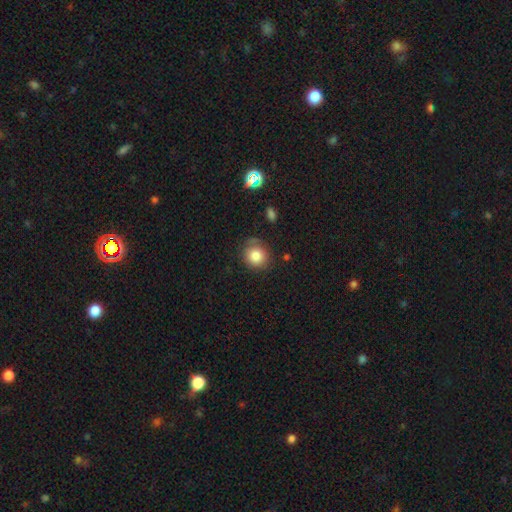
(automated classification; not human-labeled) This appears to be a smooth galaxy with no disk features (82%) that is round (84%). Merging: none (74%).